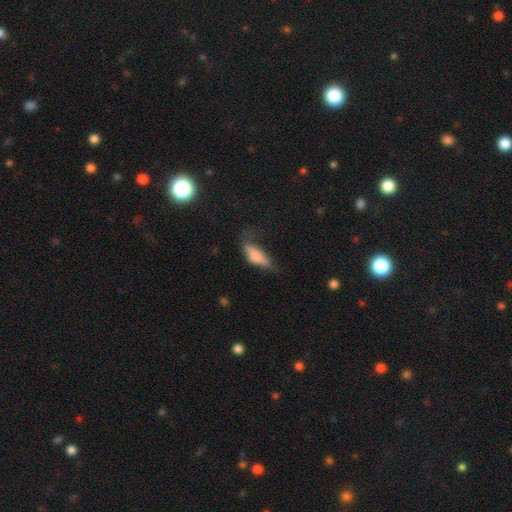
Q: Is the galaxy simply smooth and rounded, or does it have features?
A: smooth — 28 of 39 (72%).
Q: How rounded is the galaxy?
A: in between — 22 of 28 (79%).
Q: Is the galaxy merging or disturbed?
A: none — 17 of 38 (45%).